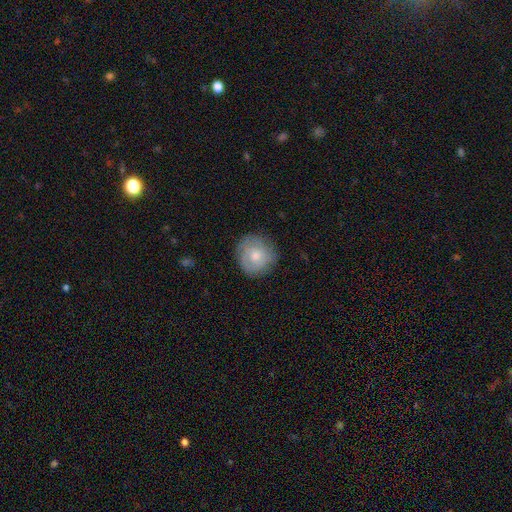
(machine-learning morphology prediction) A smooth galaxy with no disk features (53%) that is round (91%). Merging: none (79%).